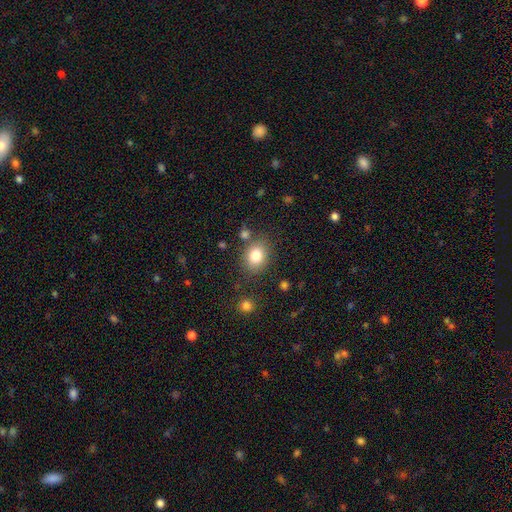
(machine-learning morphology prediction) A smooth galaxy with no disk features (82%) that is round (53%).

Vote fractions:
- Smooth or featured? smooth: 82% / star or artifact: 10% / featured or disk: 8%
- How rounded? round: 53% / in between: 46% / cigar-shaped: 1%
- Merging? none: 77% / minor disturbance: 12% / merger: 6% / major disturbance: 4%